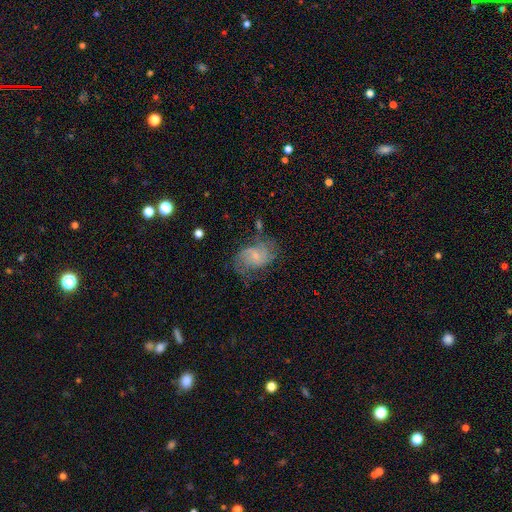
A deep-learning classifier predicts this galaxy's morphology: Smooth or featured: featured or disk — 69% (smooth — 23%)
Edge-on disk: no — 97% (yes — 3%)
Bar: no — 60% (weak — 34%)
Spiral arms: yes — 88% (no — 12%)
Spiral winding: medium — 44% (loose — 29%)
Spiral arm count: 2 — 58% (can't tell — 23%)
Bulge size: small — 73% (moderate — 17%)
Merging: none — 52% (minor disturbance — 26%)